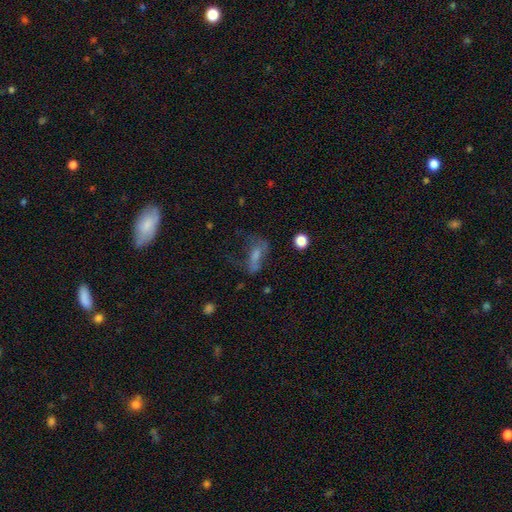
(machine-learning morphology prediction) This is possibly a smooth galaxy (48%). Merging: marginally major disturbance (42%).